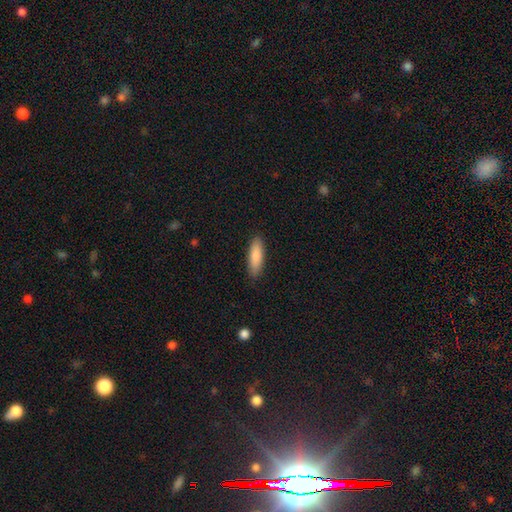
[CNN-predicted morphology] smooth 86%, featured or disk 8%, star or artifact 5%. Down the decision tree: how rounded — cigar-shaped (51%); merging — none (89%).